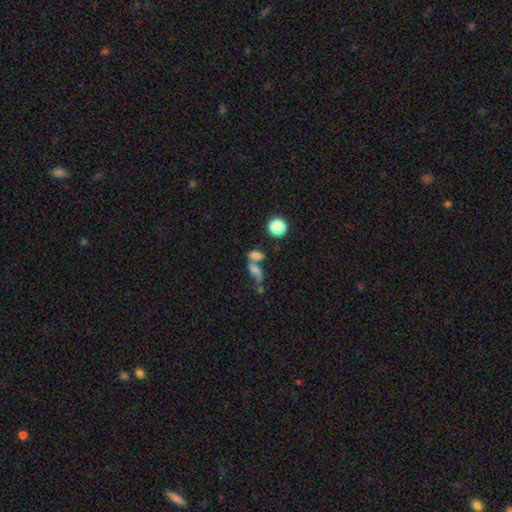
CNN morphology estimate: Smooth or featured?
  - smooth: 66% *
  - featured or disk: 19%
  - star or artifact: 15%
How rounded?
  - in between: 70% *
  - round: 17%
  - cigar-shaped: 13%
Merging?
  - merger: 53% *
  - none: 29%
  - minor disturbance: 9%
  - major disturbance: 9%